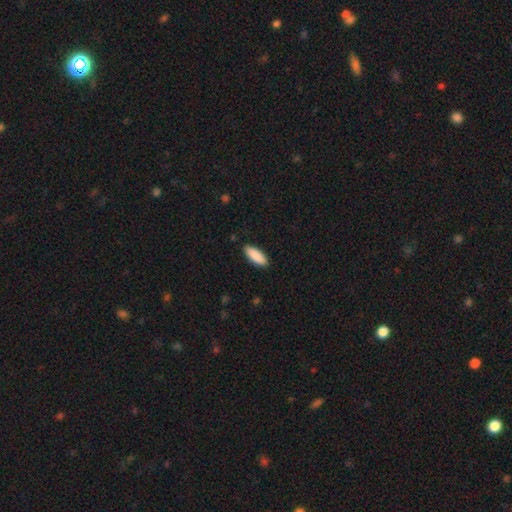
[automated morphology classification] Q: Smooth or featured?
A: smooth (90%); runner-up: star or artifact (6%)
Q: How rounded?
A: in between (75%); runner-up: cigar-shaped (24%)
Q: Merging?
A: none (89%); runner-up: minor disturbance (8%)